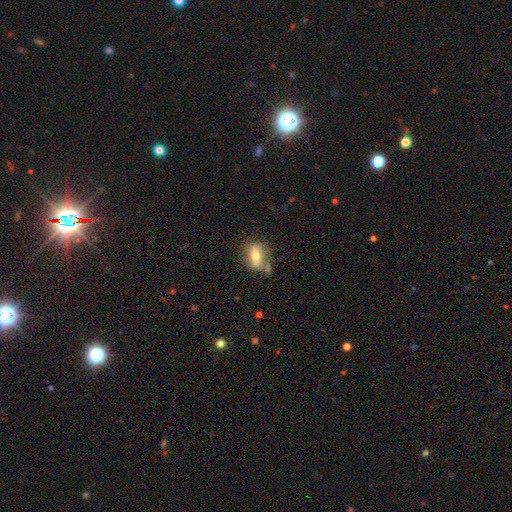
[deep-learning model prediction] Smooth or featured: smooth — 55% (featured or disk — 36%)
How rounded: in between — 70% (round — 27%)
Merging: none — 50% (minor disturbance — 27%)